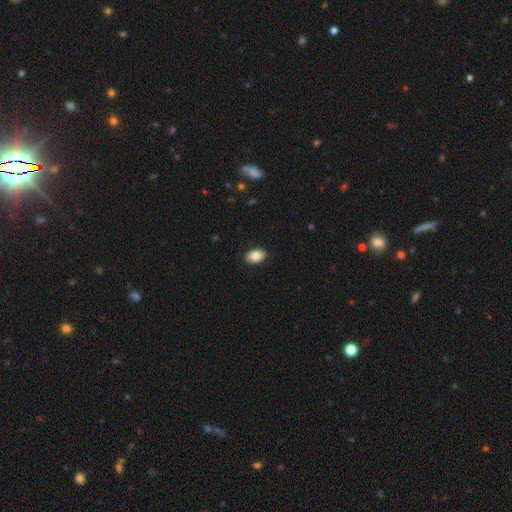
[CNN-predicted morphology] A smooth galaxy with no disk features (86%) that is in between round and cigar-shaped (89%). Merging: none (90%).